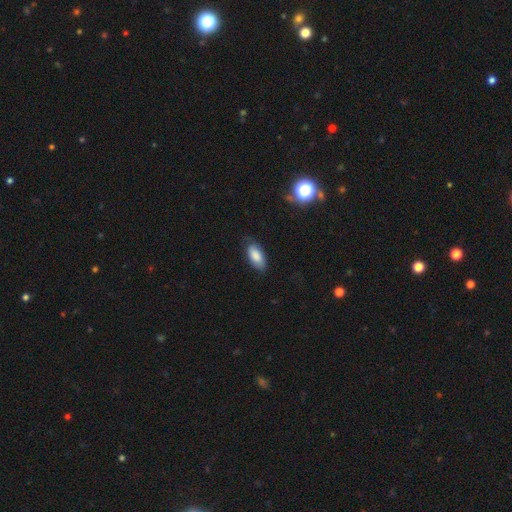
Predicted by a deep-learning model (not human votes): Q: Smooth or featured?
A: smooth (82%); runner-up: featured or disk (11%)
Q: How rounded?
A: in between (91%); runner-up: cigar-shaped (6%)
Q: Merging?
A: none (73%); runner-up: minor disturbance (22%)